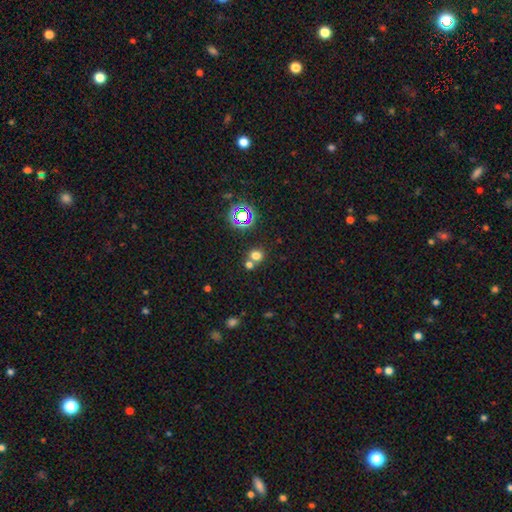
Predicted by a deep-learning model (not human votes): Smooth or featured?
  - smooth: 67% *
  - star or artifact: 24%
  - featured or disk: 9%
How rounded?
  - round: 79% *
  - in between: 20%
  - cigar-shaped: 1%
Merging?
  - none: 57% *
  - merger: 32%
  - minor disturbance: 7%
  - major disturbance: 3%